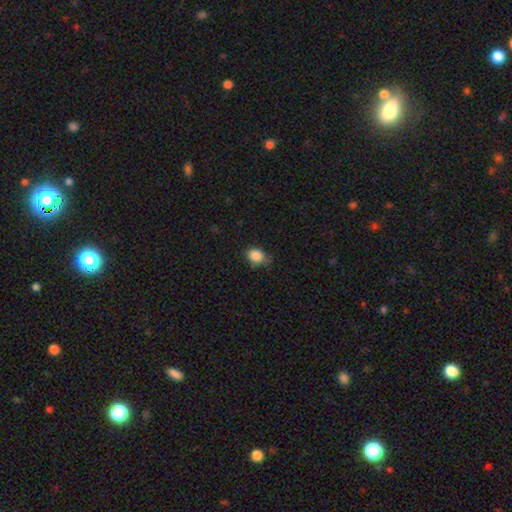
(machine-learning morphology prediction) smooth-or-featured: smooth: 86% | star or artifact: 10% | featured or disk: 4%
  how-rounded: in between: 49% (tied) | round: 49% (tied) | cigar-shaped: 1%
  merging: none: 58% | minor disturbance: 33% | major disturbance: 7% | merger: 2%